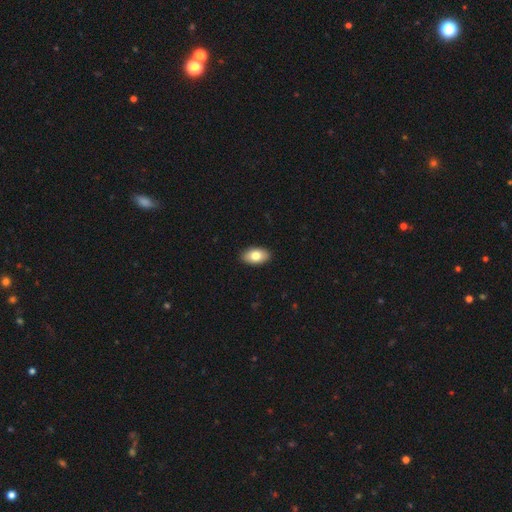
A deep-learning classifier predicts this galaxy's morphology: The model was most divided on "smooth or featured": smooth: 79%, featured or disk: 14%, star or artifact: 7%. More confident: how rounded — in between (93%); merging — none (90%).